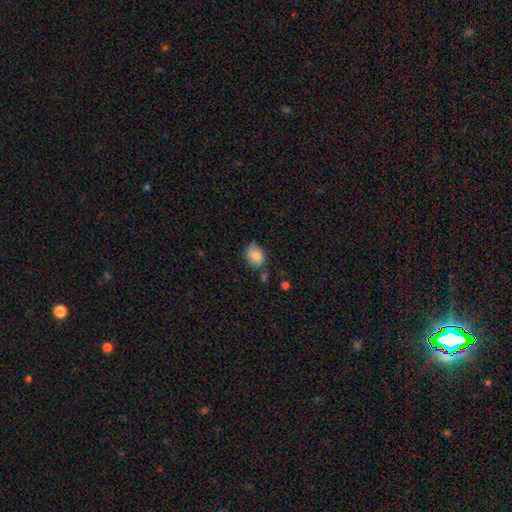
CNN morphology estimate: smooth-or-featured: smooth: 82% | featured or disk: 9% | star or artifact: 9%
  how-rounded: round: 50% | in between: 49% | cigar-shaped: 1%
  merging: none: 57% | minor disturbance: 31% | major disturbance: 7% | merger: 5%